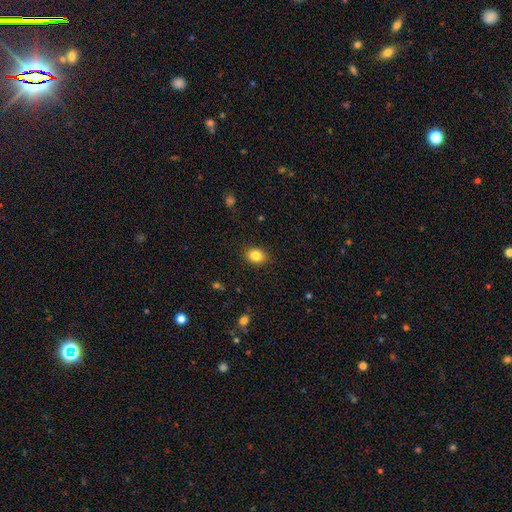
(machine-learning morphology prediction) Smooth or featured: smooth — 84% (star or artifact — 10%)
How rounded: in between — 57% (round — 42%)
Merging: none — 89% (minor disturbance — 8%)